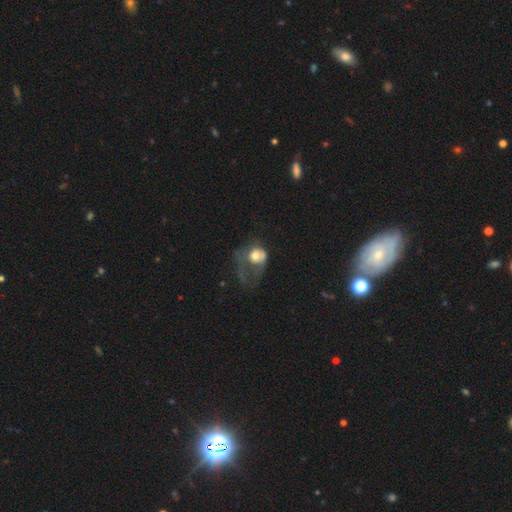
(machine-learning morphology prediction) Smooth or featured: smooth — 55% (featured or disk — 36%)
How rounded: round — 55% (in between — 44%)
Merging: major disturbance — 67% (minor disturbance — 13%)